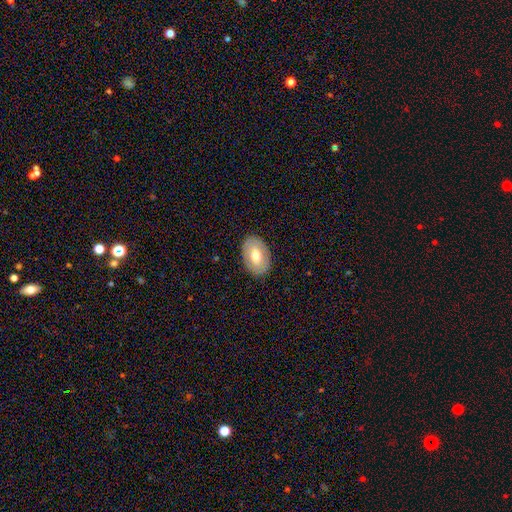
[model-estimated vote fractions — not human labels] Smooth or featured: smooth — 60% (featured or disk — 34%)
How rounded: in between — 86% (round — 13%)
Merging: none — 87% (minor disturbance — 9%)